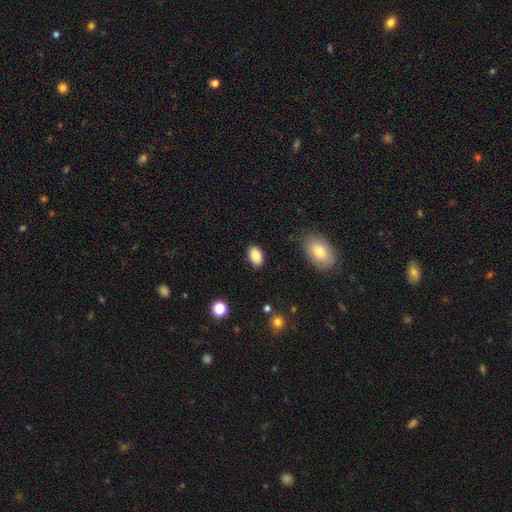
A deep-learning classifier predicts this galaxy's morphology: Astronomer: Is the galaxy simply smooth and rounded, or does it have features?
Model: smooth — 88%.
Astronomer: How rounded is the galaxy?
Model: in between — 91%.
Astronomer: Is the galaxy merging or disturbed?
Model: none — 86%.